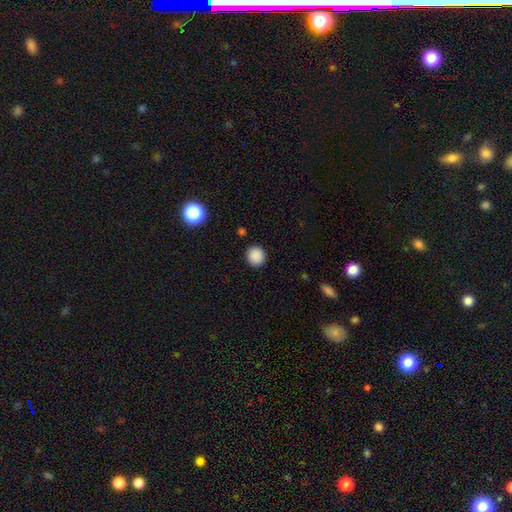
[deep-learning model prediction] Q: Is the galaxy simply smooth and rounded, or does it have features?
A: smooth — 88%.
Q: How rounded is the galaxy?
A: round — 90%.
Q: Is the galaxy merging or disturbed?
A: none — 91%.